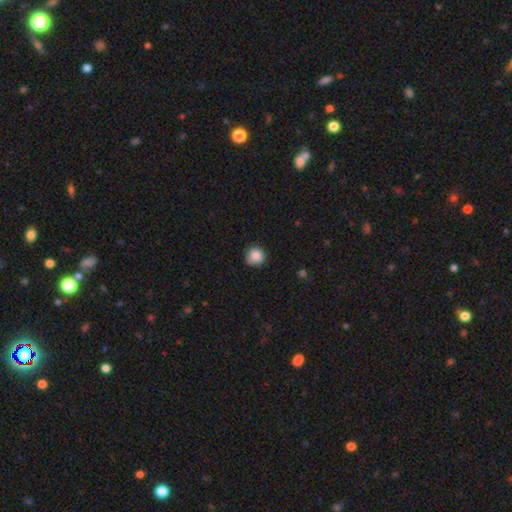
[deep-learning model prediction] Overall: smooth (86%). How rounded: round (92%). Merging: none (77%).